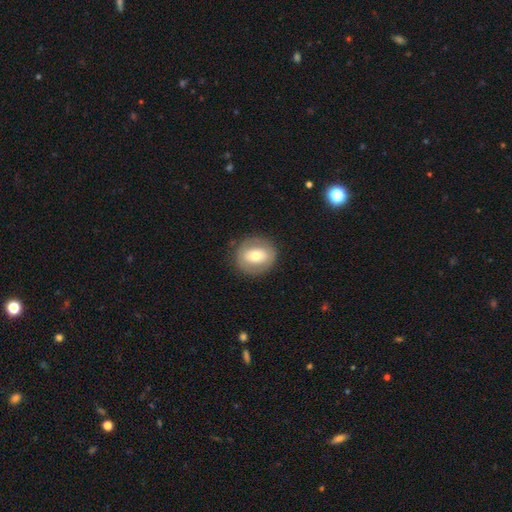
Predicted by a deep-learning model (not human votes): This appears to be a smooth galaxy with no disk features (55%) that is round (69%). Merging: none (83%).